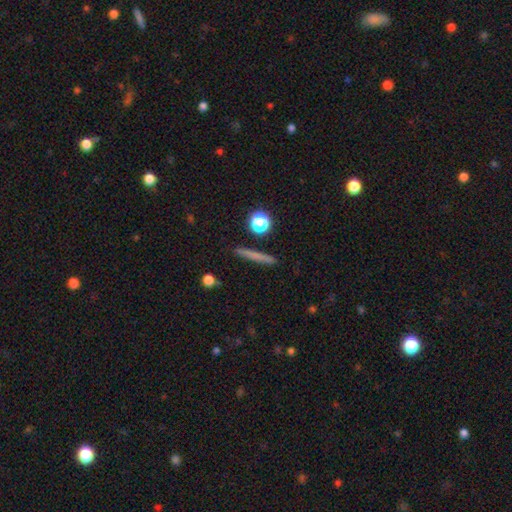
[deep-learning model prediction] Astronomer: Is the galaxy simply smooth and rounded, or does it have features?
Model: smooth — 63%.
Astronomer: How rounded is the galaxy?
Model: cigar-shaped — 90%.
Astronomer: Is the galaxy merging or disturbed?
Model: none — 89%.